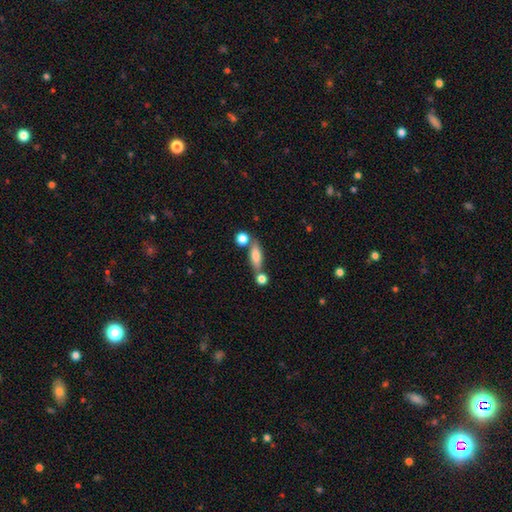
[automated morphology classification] Q: Smooth or featured?
A: smooth (74%); runner-up: featured or disk (18%)
Q: How rounded?
A: in between (52%); runner-up: cigar-shaped (42%)
Q: Merging?
A: none (60%); runner-up: merger (22%)